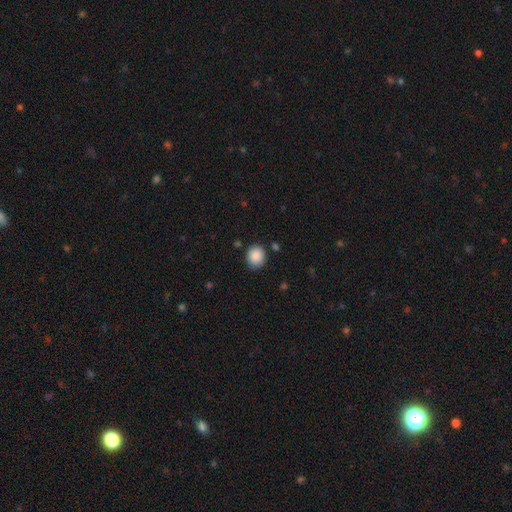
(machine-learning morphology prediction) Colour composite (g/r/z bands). It shows a smooth galaxy with no disk features (89%) that is round (74%). Merging: none (84%).